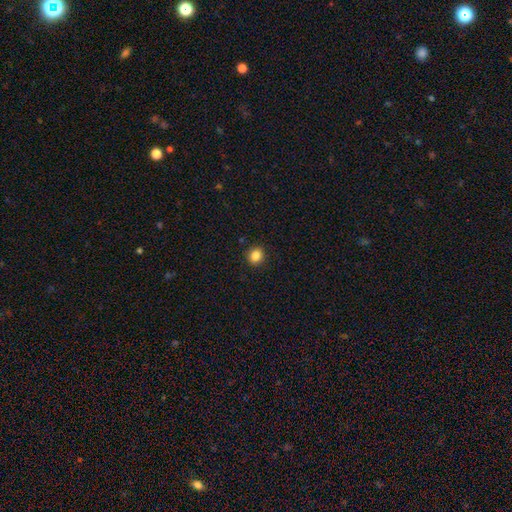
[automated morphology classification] This is clearly a smooth galaxy (85%). How rounded: clearly round (83%). Merging: clearly none (91%).